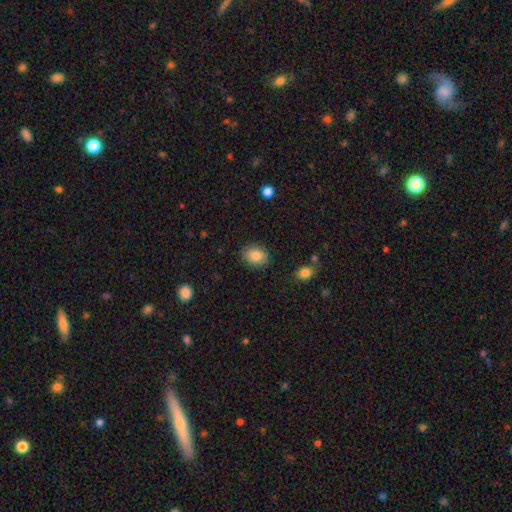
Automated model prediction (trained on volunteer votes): smooth-or-featured: smooth: 86% | star or artifact: 8% | featured or disk: 6%
  how-rounded: in between: 62% | round: 37% | cigar-shaped: 1%
  merging: none: 86% | minor disturbance: 10% | major disturbance: 3% | merger: 1%